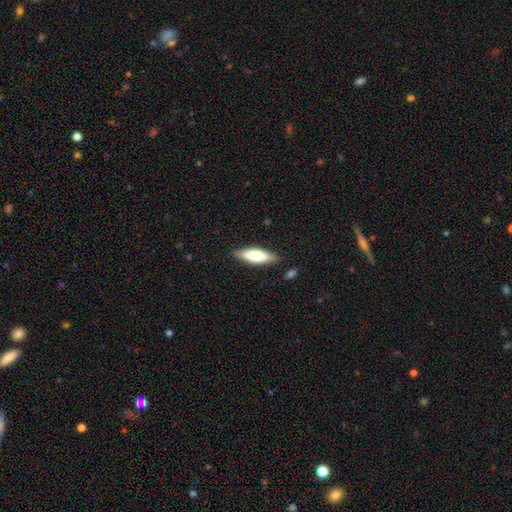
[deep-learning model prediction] The model was most divided on "how rounded": cigar-shaped: 50%, in between: 49%, round: 2%. More confident: merging — none (85%); smooth or featured — smooth (66%).